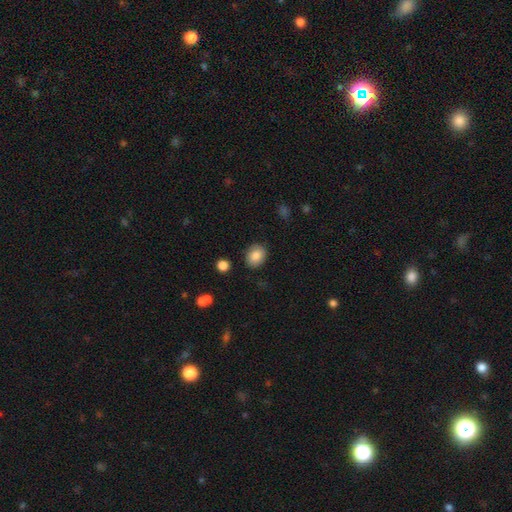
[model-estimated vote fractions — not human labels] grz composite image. It shows a smooth galaxy with no disk features (85%) that is in between round and cigar-shaped (50%, tied with round). Merging: none (87%).